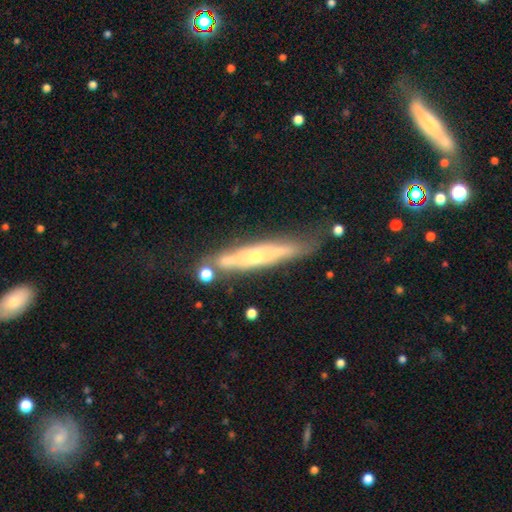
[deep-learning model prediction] The model was most divided on "smooth or featured": featured or disk: 66%, smooth: 27%, star or artifact: 7%. More confident: edge-on disk — yes (77%); edge-on bulge — rounded (68%); merging — none (62%).